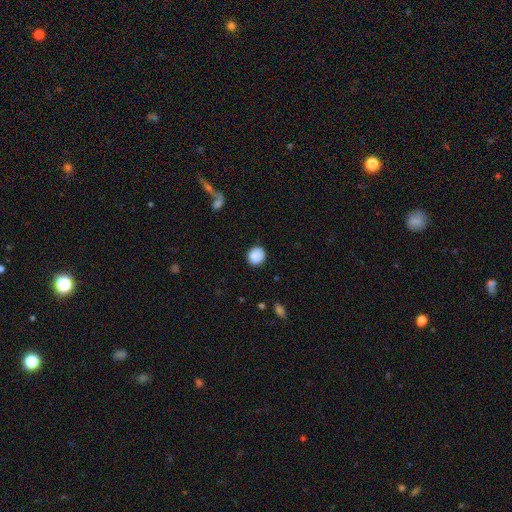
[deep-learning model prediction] A smooth galaxy with no disk features (87%) that is round (84%).

Vote fractions:
- Smooth or featured? smooth: 87% / star or artifact: 8% / featured or disk: 5%
- How rounded? round: 84% / in between: 15% / cigar-shaped: 1%
- Merging? none: 87% / minor disturbance: 9% / major disturbance: 2% / merger: 1%